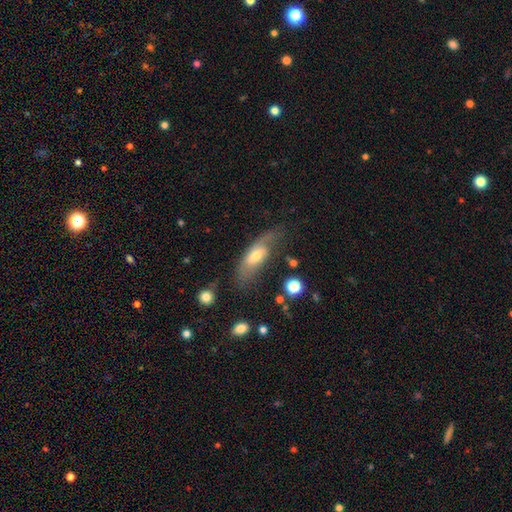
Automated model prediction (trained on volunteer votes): This is possibly a featured or disk galaxy (47%). Merging: possibly none (50%).